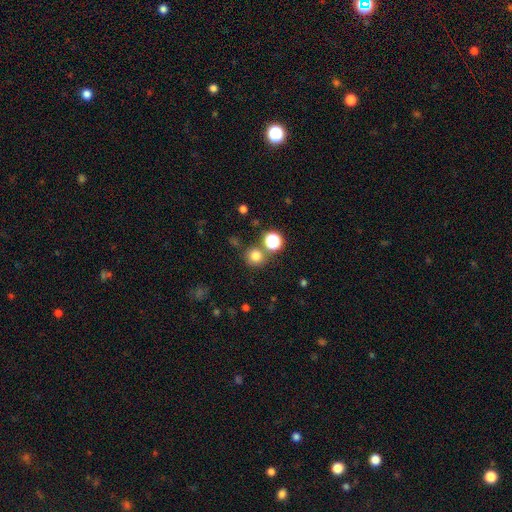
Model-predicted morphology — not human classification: This appears to be a smooth galaxy with no disk features (77%) that is round (92%). Merging: none (78%).